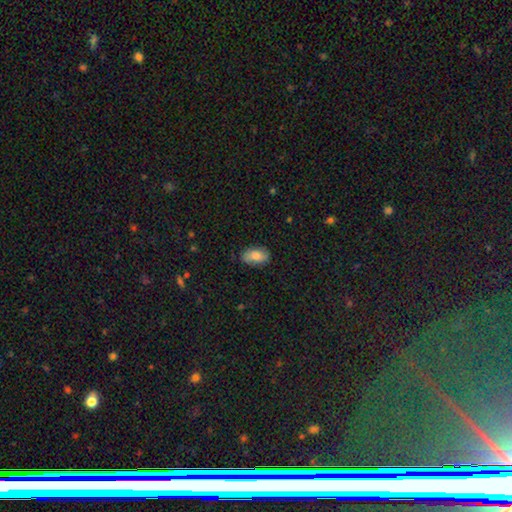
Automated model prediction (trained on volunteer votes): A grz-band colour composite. It shows a smooth galaxy with no disk features (78%) that is in between round and cigar-shaped (92%). Merging: none (79%).